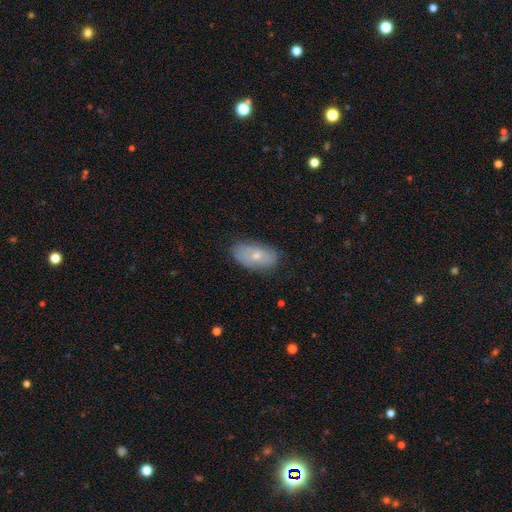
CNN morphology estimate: Smooth or featured?
  - smooth: 62% *
  - featured or disk: 31%
  - star or artifact: 7%
How rounded?
  - in between: 92% *
  - round: 5%
  - cigar-shaped: 3%
Merging?
  - none: 75% *
  - minor disturbance: 19%
  - major disturbance: 4%
  - merger: 1%